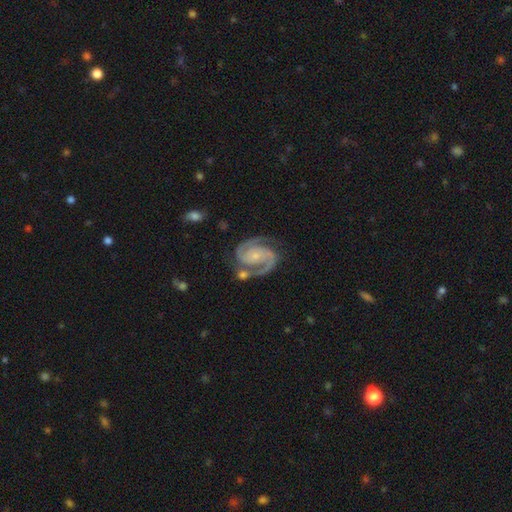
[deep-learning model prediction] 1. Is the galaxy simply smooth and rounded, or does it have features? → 92% featured or disk, 4% star or artifact, 3% smooth.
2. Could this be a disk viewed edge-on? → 98% no, 2% yes.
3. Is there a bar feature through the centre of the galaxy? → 59% no, 28% weak, 13% strong.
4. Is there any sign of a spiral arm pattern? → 99% yes, 1% no.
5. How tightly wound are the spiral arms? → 50% medium, 43% tight, 7% loose.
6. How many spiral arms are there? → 93% 2, 2% 3, 2% can't tell, 1% 1, 1% 4, 1% more than 4.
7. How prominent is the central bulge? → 68% small, 21% moderate, 7% none, 2% large, 1% dominant.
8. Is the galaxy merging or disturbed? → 73% none, 15% minor disturbance, 7% merger, 6% major disturbance.